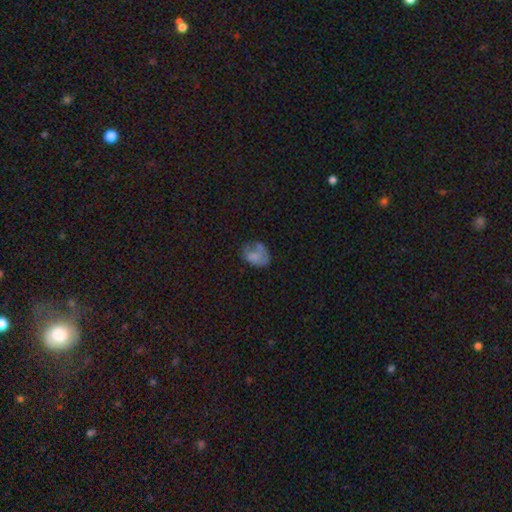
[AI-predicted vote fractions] Q: Smooth or featured?
A: smooth (64%); runner-up: featured or disk (26%)
Q: How rounded?
A: in between (71%); runner-up: round (28%)
Q: Merging?
A: none (39%); runner-up: minor disturbance (29%)